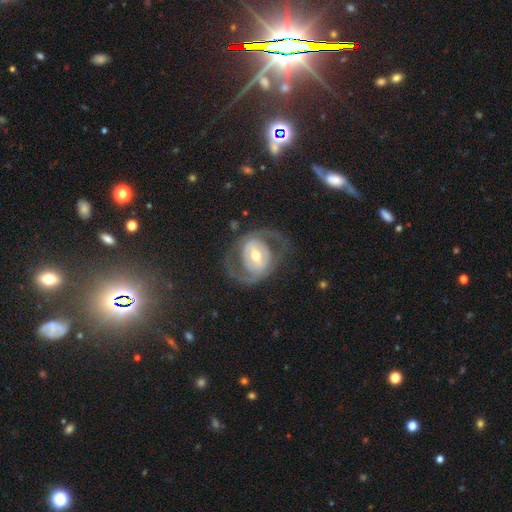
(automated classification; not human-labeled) Smooth or featured?
  - featured or disk: 82% *
  - smooth: 13%
  - star or artifact: 5%
Edge-on disk?
  - no: 96% *
  - yes: 4%
Bar?
  - weak: 41% *
  - no: 31%
  - strong: 28%
Spiral arms?
  - yes: 81% *
  - no: 19%
Spiral winding?
  - medium: 48% *
  - loose: 27%
  - tight: 25%
Spiral arm count?
  - 2: 85% *
  - can't tell: 8%
  - 1: 3%
  - 3: 2%
  - 4: 1%
  - more than 4: 1%
Bulge size?
  - moderate: 69% *
  - small: 21%
  - large: 8%
  - dominant: 1%
  - none: 1%
Merging?
  - none: 66% *
  - major disturbance: 18%
  - minor disturbance: 15%
  - merger: 2%